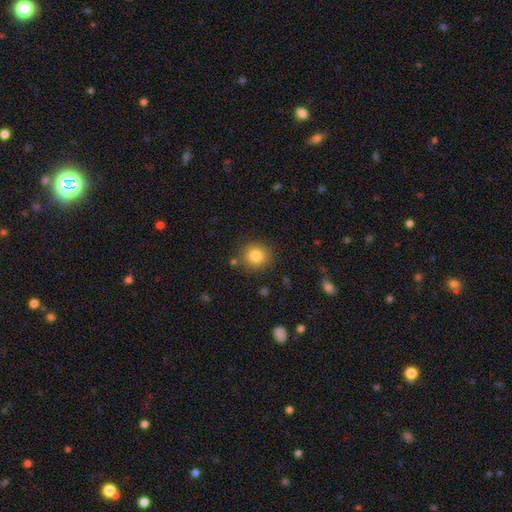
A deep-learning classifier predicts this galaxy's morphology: Smooth or featured?
  - smooth: 82% *
  - star or artifact: 11%
  - featured or disk: 7%
How rounded?
  - round: 90% *
  - in between: 9%
  - cigar-shaped: 1%
Merging?
  - none: 86% *
  - minor disturbance: 8%
  - merger: 3%
  - major disturbance: 3%